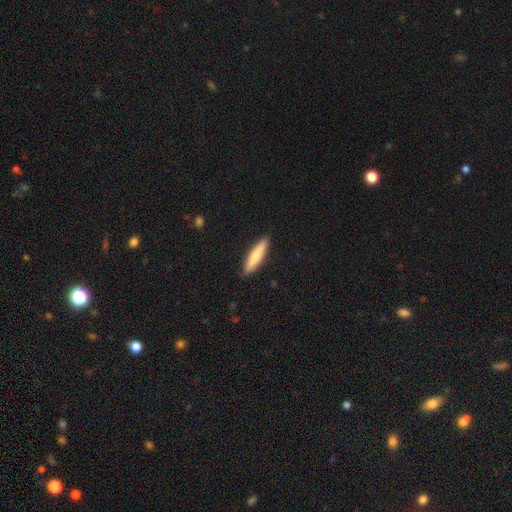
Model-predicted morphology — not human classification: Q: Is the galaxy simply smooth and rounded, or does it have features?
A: smooth — 77%.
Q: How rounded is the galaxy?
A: cigar-shaped — 80%.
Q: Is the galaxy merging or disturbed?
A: none — 90%.